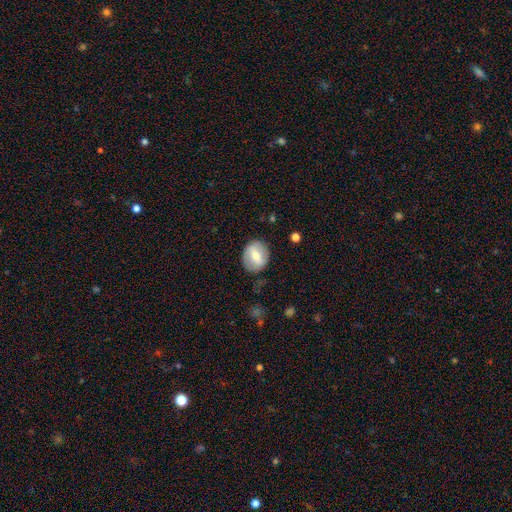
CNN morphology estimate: Q: Smooth or featured?
A: smooth (48%); runner-up: featured or disk (45%)
Q: Merging?
A: none (80%); runner-up: minor disturbance (14%)